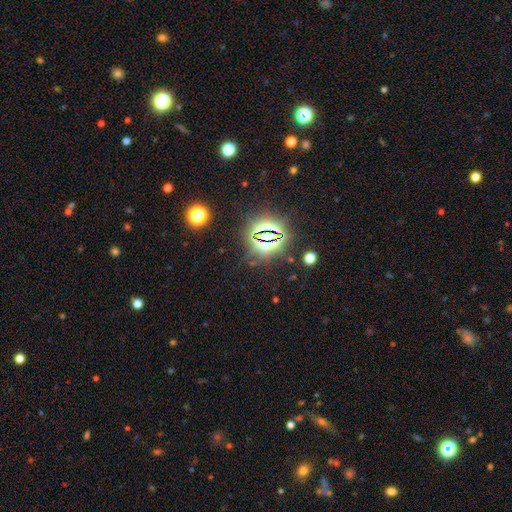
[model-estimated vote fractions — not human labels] Q: Smooth or featured?
A: star or artifact (81%); runner-up: smooth (12%)